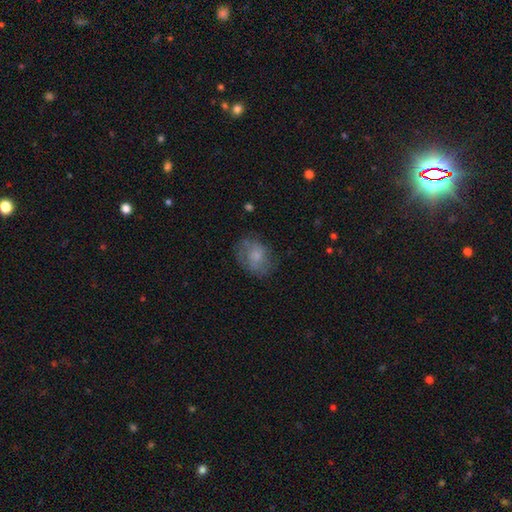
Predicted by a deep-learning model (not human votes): Smooth or featured? Predicted: smooth (p=0.56). How rounded? Predicted: in between (p=0.55). Merging? Predicted: none (p=0.66).